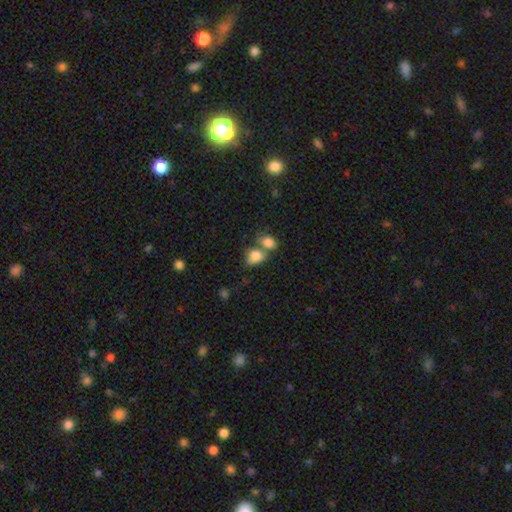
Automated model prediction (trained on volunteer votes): Morphology: type=smooth (83%); roundness=in between (70%); merging=merger (53%).